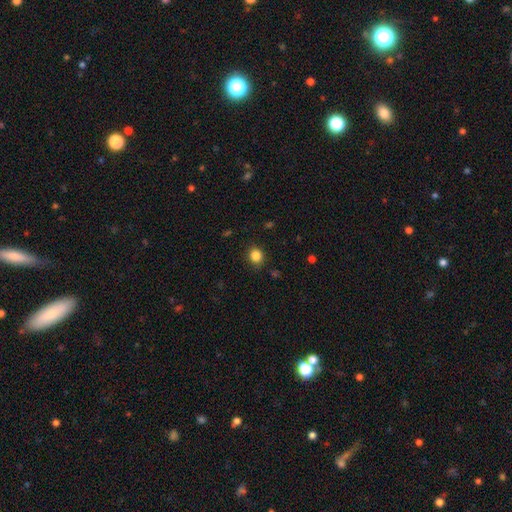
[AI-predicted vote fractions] Smooth or featured?
  - smooth: 85% *
  - star or artifact: 11%
  - featured or disk: 4%
How rounded?
  - round: 73% *
  - in between: 26%
  - cigar-shaped: 1%
Merging?
  - none: 87% *
  - minor disturbance: 9%
  - major disturbance: 3%
  - merger: 1%